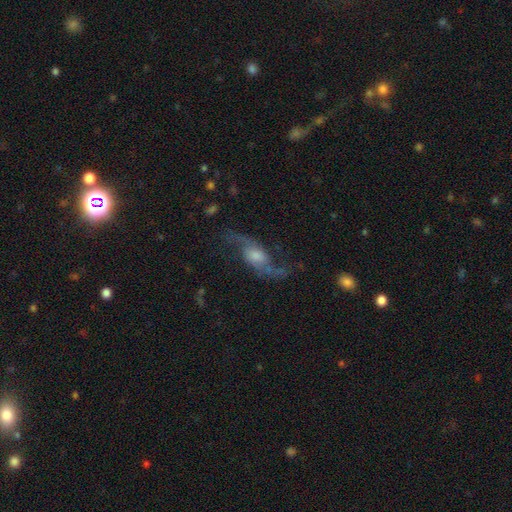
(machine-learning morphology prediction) This appears to be a featured or disk galaxy (83%) with no bar (55%), 2 (94%) loose (84%) spiral arms (95%) and a moderate central bulge (42%). Merging: none (70%).